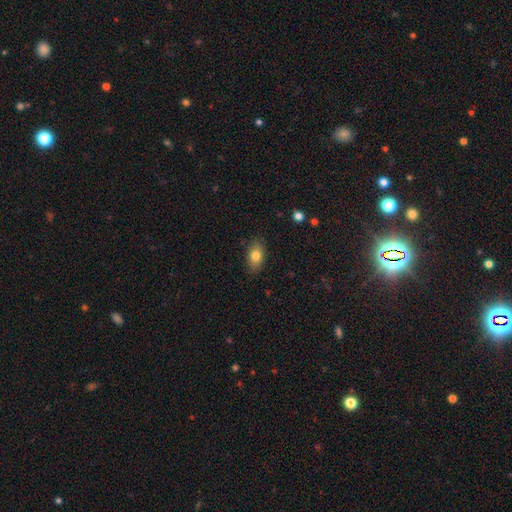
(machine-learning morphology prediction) Smooth or featured: smooth — 79% (featured or disk — 13%)
How rounded: in between — 87% (round — 10%)
Merging: none — 84% (minor disturbance — 12%)